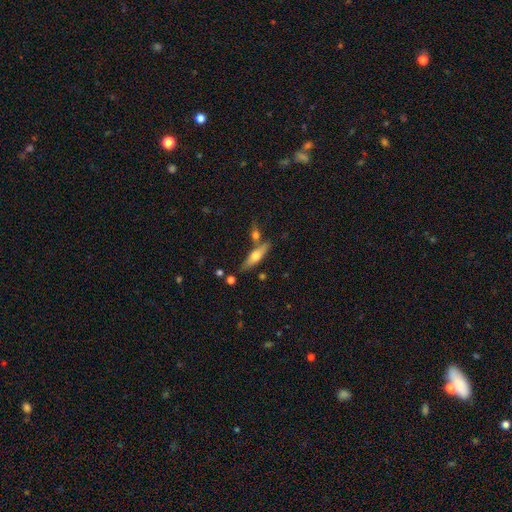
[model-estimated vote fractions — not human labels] Overall: smooth (47%; featured or disk 46%). Merging: none (69%).